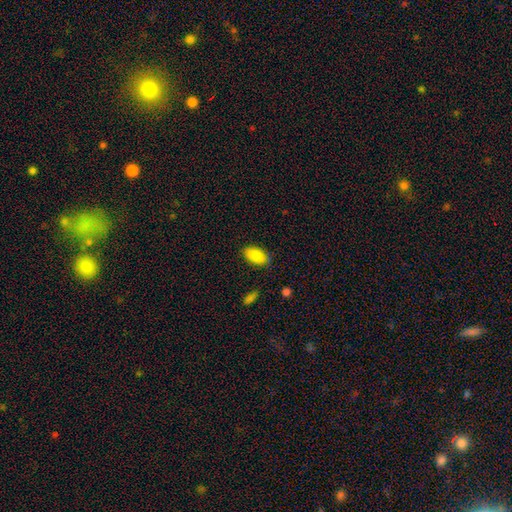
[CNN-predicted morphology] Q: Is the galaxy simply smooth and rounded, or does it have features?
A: smooth — 88%.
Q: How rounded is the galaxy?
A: in between — 93%.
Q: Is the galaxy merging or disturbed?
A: none — 82%.